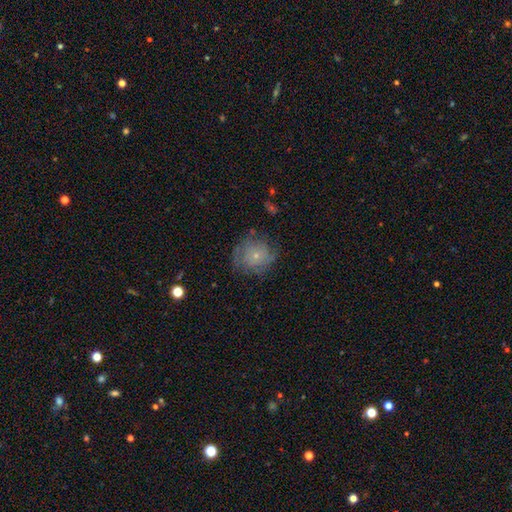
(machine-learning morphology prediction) Smooth or featured? smooth (51%)
How rounded? round (86%)
Merging? none (66%)